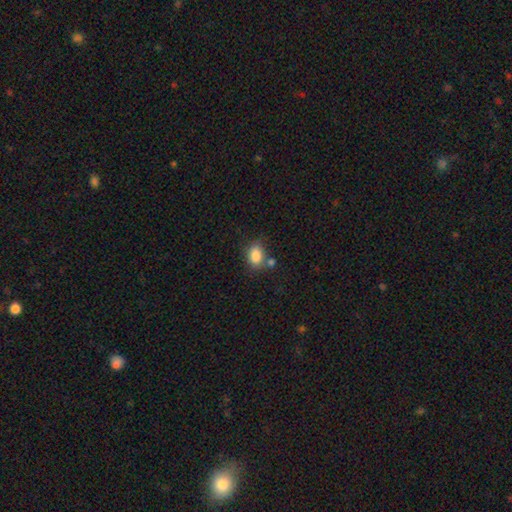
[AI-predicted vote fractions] smooth_or_featured: smooth (p=0.85) [alt: star or artifact p=0.09]
how_rounded: in between (p=0.76) [alt: round p=0.23]
merging: none (p=0.61) [alt: minor disturbance p=0.17]